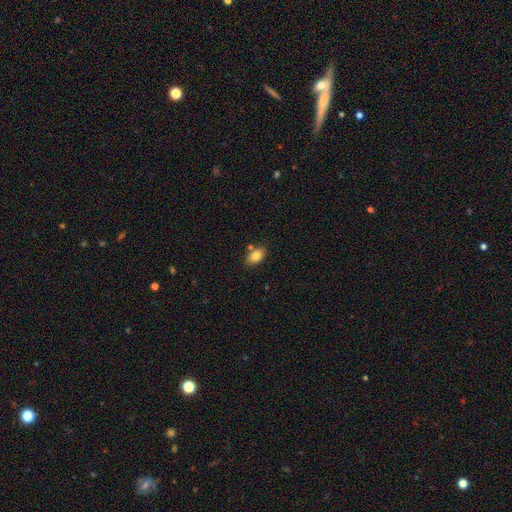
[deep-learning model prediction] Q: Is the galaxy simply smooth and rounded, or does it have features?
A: smooth — 83%.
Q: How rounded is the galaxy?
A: in between — 89%.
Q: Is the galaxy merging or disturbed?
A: none — 75%.